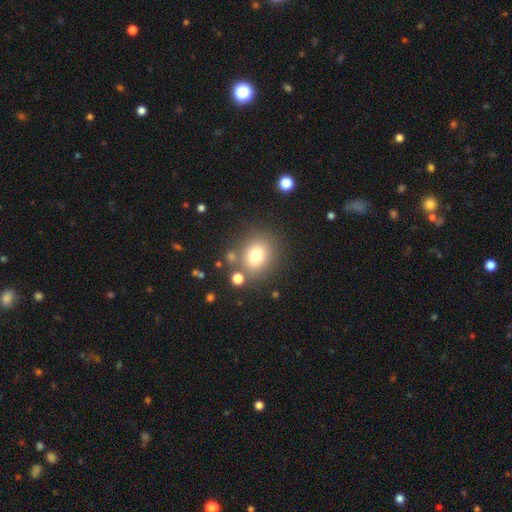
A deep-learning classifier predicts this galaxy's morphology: This is likely a smooth galaxy (77%). How rounded: likely round (63%). Merging: likely none (76%).